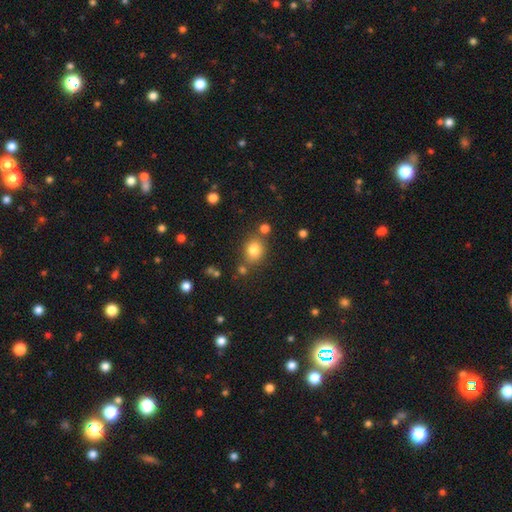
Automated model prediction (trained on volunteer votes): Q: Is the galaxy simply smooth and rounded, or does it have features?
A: smooth — 64%.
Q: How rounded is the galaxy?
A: round — 79%.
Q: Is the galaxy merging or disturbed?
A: none — 80%.